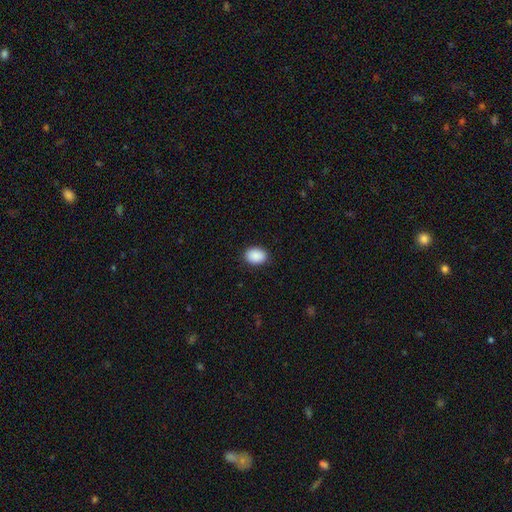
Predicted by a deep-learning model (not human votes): Smooth or featured? Predicted: smooth (p=0.91). How rounded? Predicted: in between (p=0.74). Merging? Predicted: none (p=0.89).